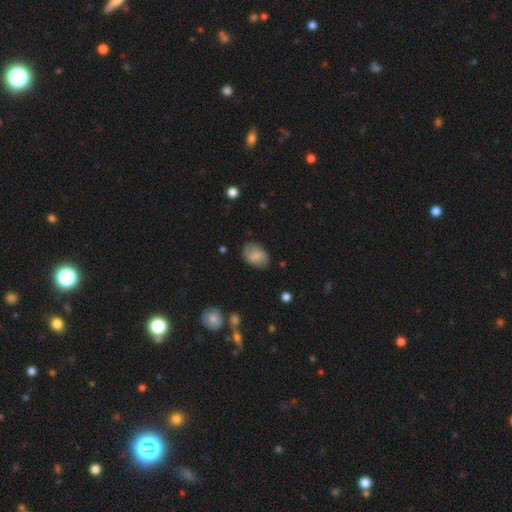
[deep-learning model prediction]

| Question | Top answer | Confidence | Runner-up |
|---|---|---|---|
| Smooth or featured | smooth | 75% | featured or disk (17%) |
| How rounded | in between | 80% | round (18%) |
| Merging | none | 75% | minor disturbance (19%) |